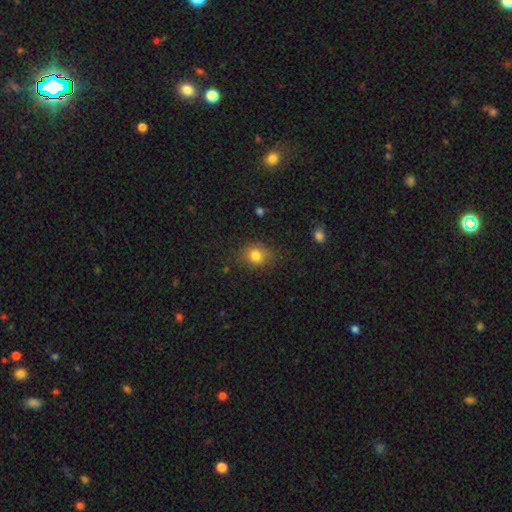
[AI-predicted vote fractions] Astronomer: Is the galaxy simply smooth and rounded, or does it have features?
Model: smooth — 80%.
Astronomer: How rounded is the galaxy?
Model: round — 58% (runner-up: in between, 41%).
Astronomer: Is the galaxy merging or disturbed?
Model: none — 74%.